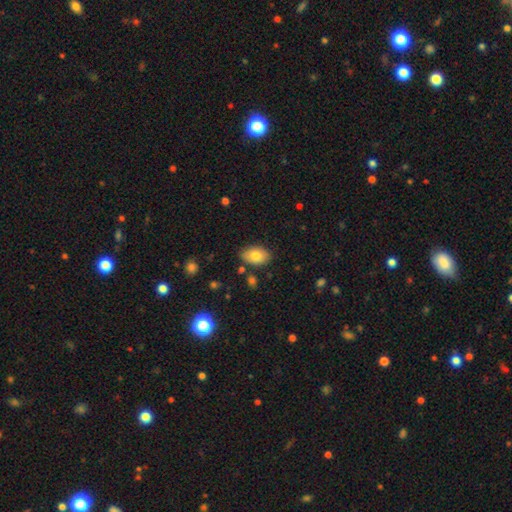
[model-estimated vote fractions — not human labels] Overall: smooth (79%). How rounded: in between (88%). Merging: none (82%).